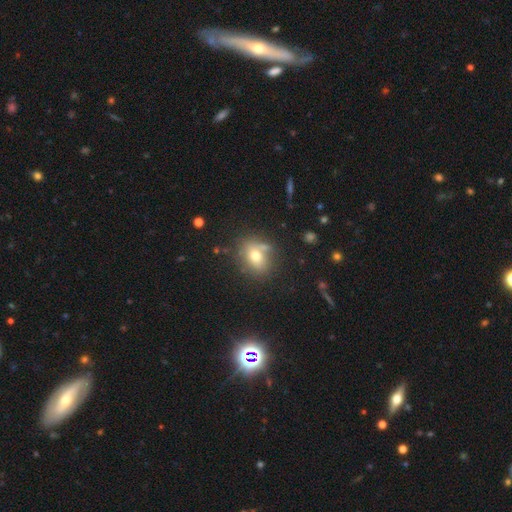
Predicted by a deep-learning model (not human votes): Smooth or featured? Predicted: smooth (p=0.71). How rounded? Predicted: in between (p=0.52). Merging? Predicted: none (p=0.69).